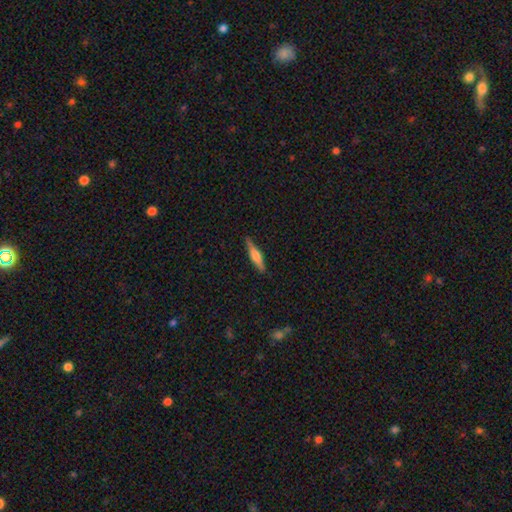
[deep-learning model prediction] This is possibly a featured or disk galaxy (53%). It is clearly viewed edge-on (97%). Edge-on bulge: likely rounded (73%). Merging: clearly none (88%).